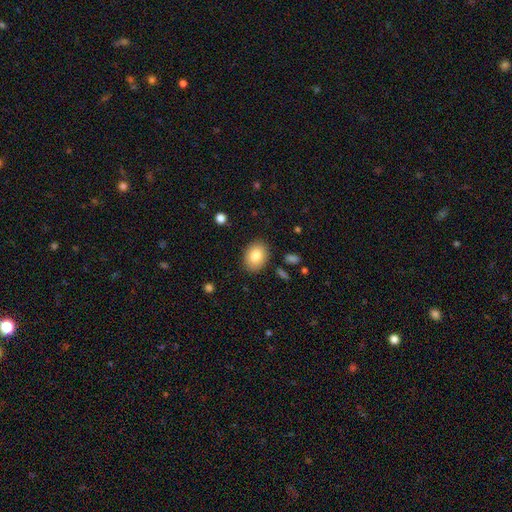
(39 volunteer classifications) This is clearly a smooth galaxy (85%). How rounded: likely in between (79%). Merging: clearly none (87%).